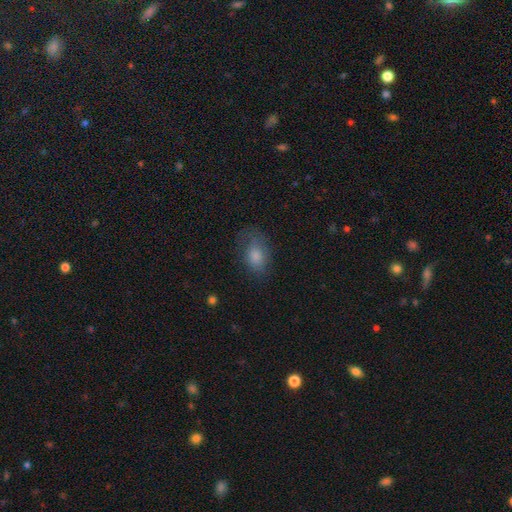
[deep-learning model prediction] smooth 74%, featured or disk 16%, star or artifact 9%. Down the decision tree: how rounded — in between (85%); merging — none (55%).